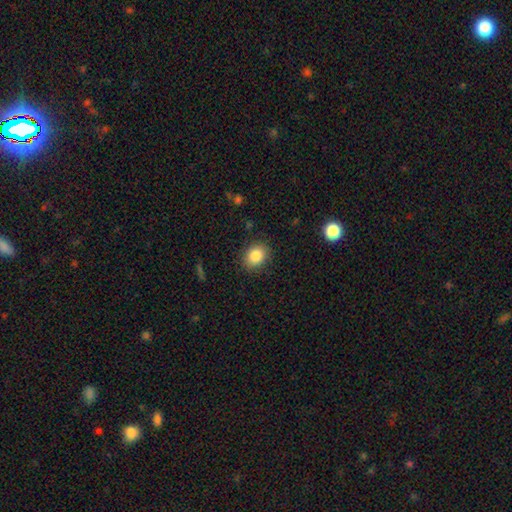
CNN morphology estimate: smooth-or-featured: smooth: 86% | star or artifact: 9% | featured or disk: 5%
  how-rounded: in between: 54% | round: 45% | cigar-shaped: 1%
  merging: none: 86% | minor disturbance: 10% | major disturbance: 3% | merger: 1%